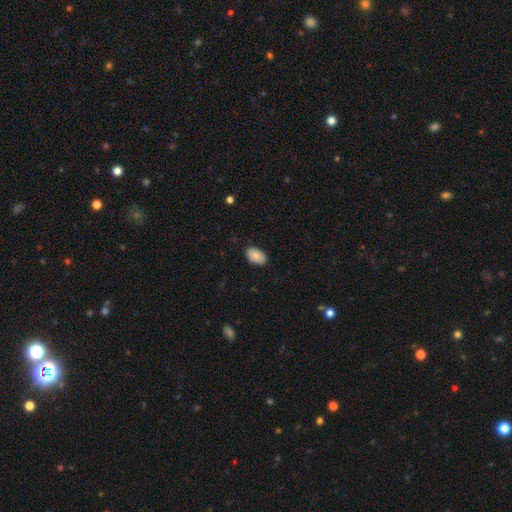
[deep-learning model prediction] This appears to be a smooth galaxy with no disk features (88%) that is in between round and cigar-shaped (93%). Merging: none (86%).